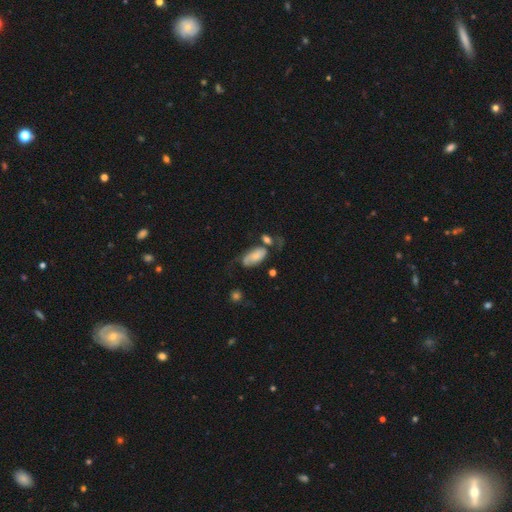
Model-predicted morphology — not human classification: A smooth galaxy with no disk features (58%) that is in between round and cigar-shaped (91%).

Vote fractions:
- Smooth or featured? smooth: 58% / featured or disk: 34% / star or artifact: 8%
- How rounded? in between: 91% / cigar-shaped: 5% / round: 3%
- Merging? none: 35% / minor disturbance: 24% / major disturbance: 22% / merger: 19%